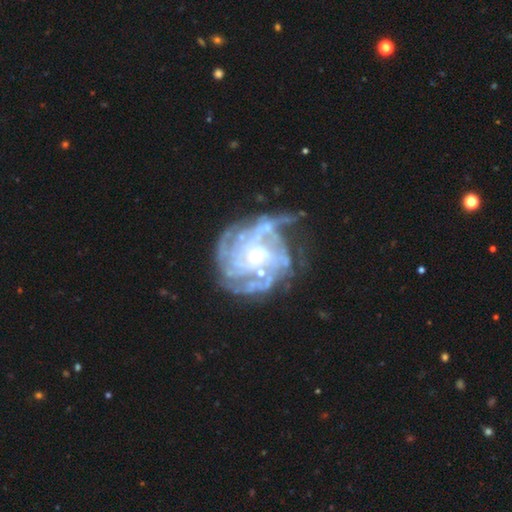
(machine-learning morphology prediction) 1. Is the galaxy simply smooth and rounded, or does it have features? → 86% featured or disk, 7% star or artifact, 7% smooth.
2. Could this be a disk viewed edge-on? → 98% no, 2% yes.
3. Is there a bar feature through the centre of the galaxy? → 68% no, 25% weak, 7% strong.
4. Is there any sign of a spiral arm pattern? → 92% yes, 8% no.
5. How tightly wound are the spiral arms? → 61% tight, 29% medium, 10% loose.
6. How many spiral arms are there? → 33% can't tell, 19% 4, 17% more than 4, 14% 3, 11% 2, 7% 1.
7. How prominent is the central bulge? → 68% small, 26% moderate, 3% none, 2% large, 1% dominant.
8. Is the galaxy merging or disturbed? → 50% none, 23% major disturbance, 22% minor disturbance, 6% merger.